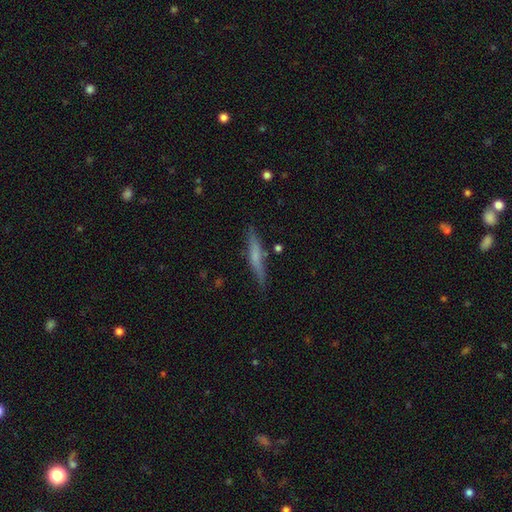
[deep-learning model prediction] Morphology: type=smooth (52%); roundness=cigar-shaped (93%); merging=none (81%).